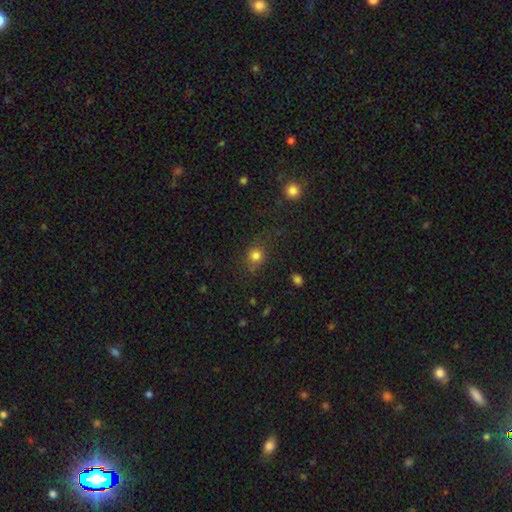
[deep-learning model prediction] smooth-or-featured: smooth: 79% | star or artifact: 15% | featured or disk: 6%
  how-rounded: round: 87% | in between: 12% | cigar-shaped: 1%
  merging: none: 78% | minor disturbance: 13% | major disturbance: 6% | merger: 3%